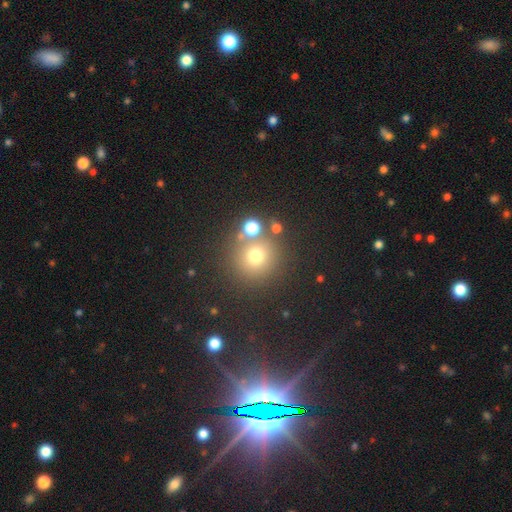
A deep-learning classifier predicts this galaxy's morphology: Smooth or featured?
  - smooth: 69% *
  - star or artifact: 21%
  - featured or disk: 11%
How rounded?
  - round: 93% *
  - in between: 6%
  - cigar-shaped: 1%
Merging?
  - none: 74% *
  - merger: 13%
  - minor disturbance: 9%
  - major disturbance: 4%